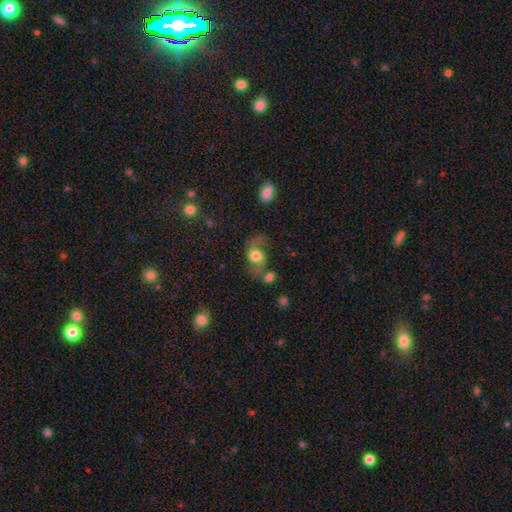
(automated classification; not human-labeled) smooth-or-featured: featured or disk: 57% | smooth: 33% | star or artifact: 10%
  disk-edge-on: no: 95% | yes: 5%
    bar: no: 67% | weak: 27% | strong: 6%
    has-spiral-arms: yes: 84% | no: 16%
    bulge-size: large: 46% | moderate: 39% | small: 6% | dominant: 6% | none: 3%
  merging: none: 52% | minor disturbance: 20% | major disturbance: 18% | merger: 10%